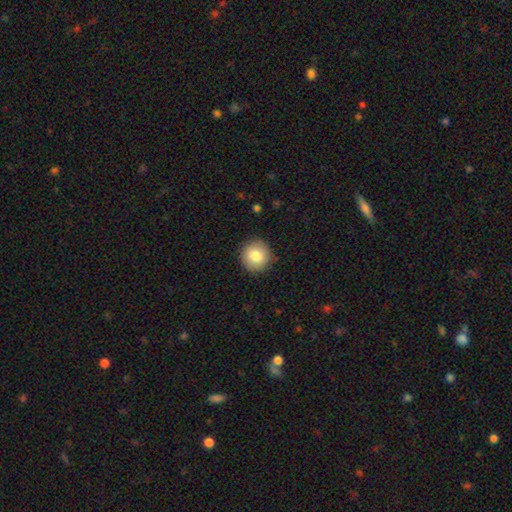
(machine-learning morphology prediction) Smooth or featured? Predicted: smooth (p=0.83). How rounded? Predicted: round (p=0.93). Merging? Predicted: none (p=0.90).